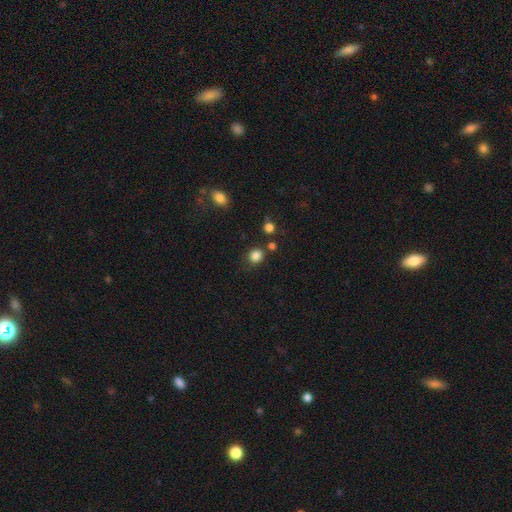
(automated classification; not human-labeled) Morphology: type=smooth (84%); roundness=round (79%); merging=none (77%).